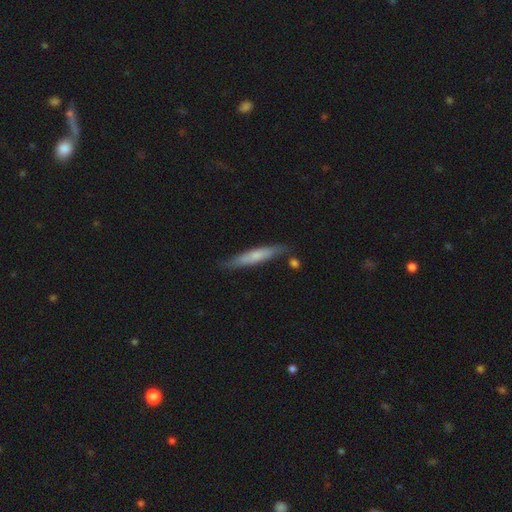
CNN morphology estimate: Smooth or featured? smooth (60%)
How rounded? cigar-shaped (91%)
Merging? none (79%)